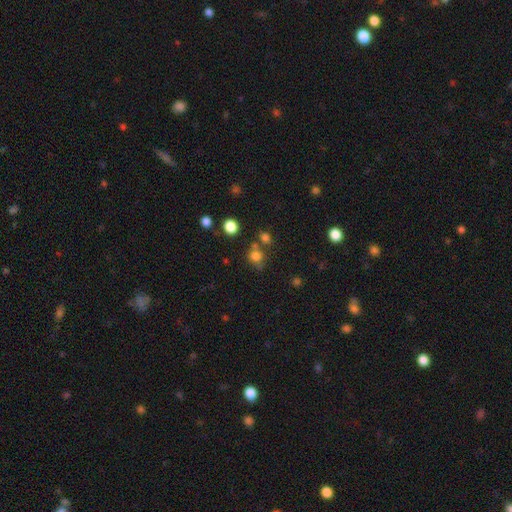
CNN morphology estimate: Smooth or featured? smooth (75%)
How rounded? round (81%)
Merging? none (61%)